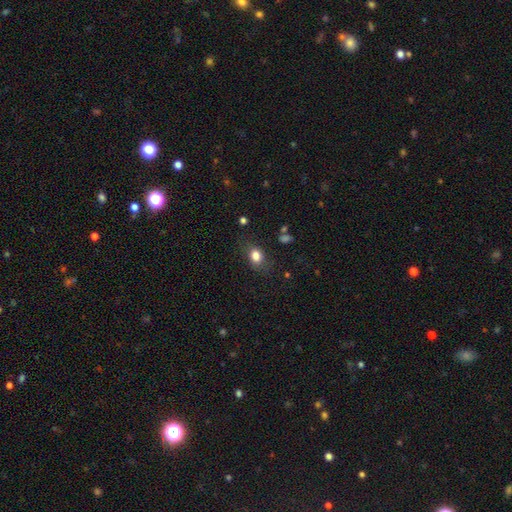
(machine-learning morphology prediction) Smooth or featured?
  - smooth: 82% *
  - star or artifact: 11%
  - featured or disk: 8%
How rounded?
  - in between: 64% *
  - round: 34%
  - cigar-shaped: 2%
Merging?
  - none: 75% *
  - minor disturbance: 17%
  - major disturbance: 6%
  - merger: 2%